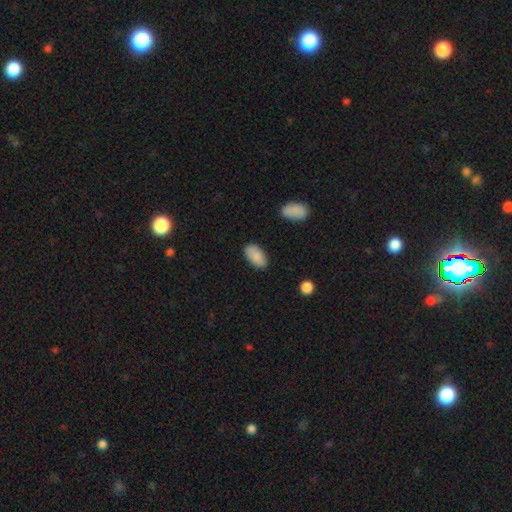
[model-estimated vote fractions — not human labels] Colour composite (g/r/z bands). It shows a smooth galaxy with no disk features (87%) that is in between round and cigar-shaped (95%). Merging: none (84%).